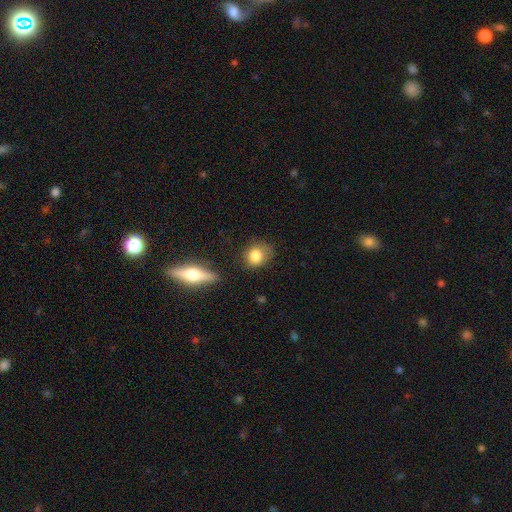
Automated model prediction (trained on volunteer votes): This is clearly a smooth galaxy (82%). How rounded: likely round (67%). Merging: likely none (64%).